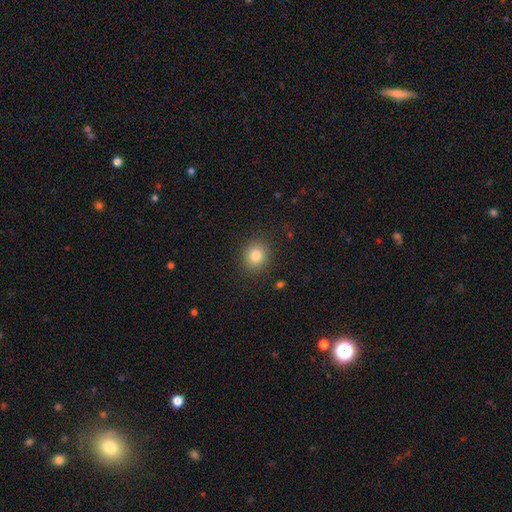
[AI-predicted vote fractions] Morphology: type=smooth (83%); roundness=round (78%); merging=none (88%).